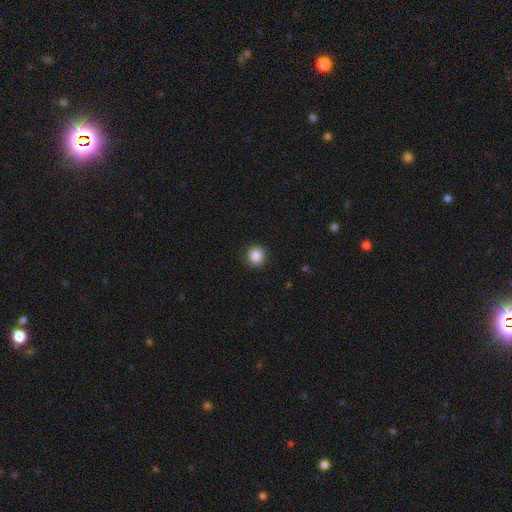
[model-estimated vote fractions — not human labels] Smooth or featured? smooth (85%)
How rounded? round (92%)
Merging? none (88%)